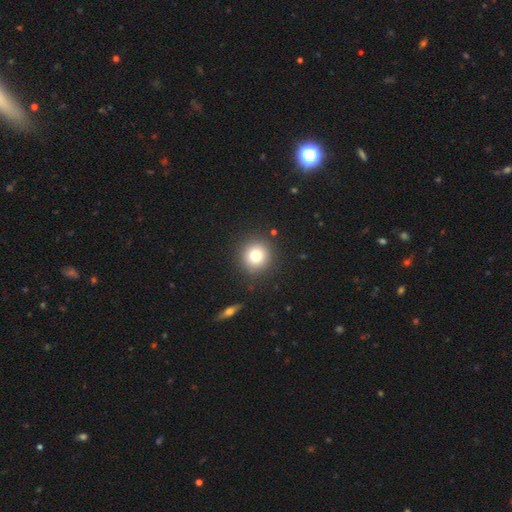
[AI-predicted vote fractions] Smooth or featured: smooth — 77% (star or artifact — 12%)
How rounded: round — 93% (in between — 6%)
Merging: none — 90% (minor disturbance — 6%)